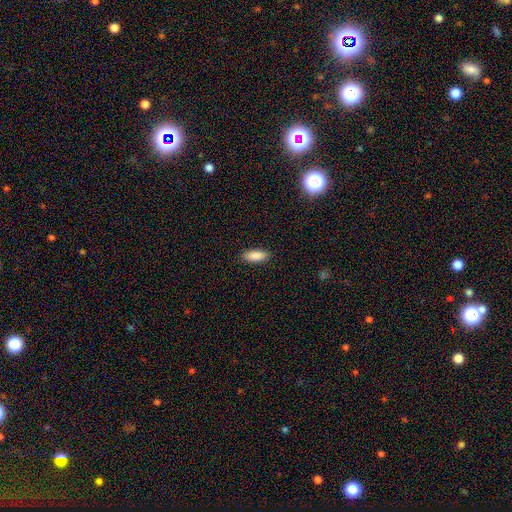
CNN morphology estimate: Overall: smooth (89%). How rounded: in between (73%). Merging: none (90%).